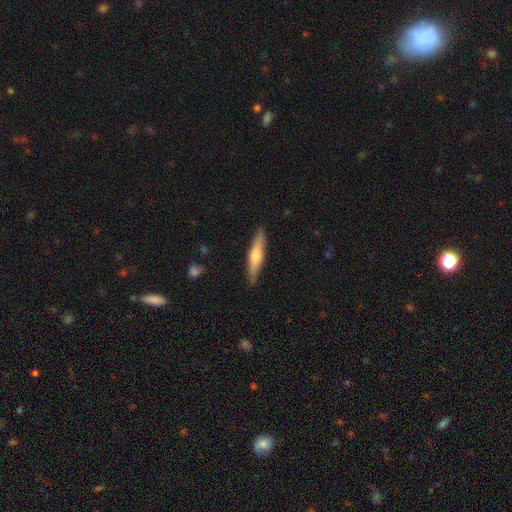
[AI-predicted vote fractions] The model was most divided on "smooth or featured": smooth: 51%, featured or disk: 43%, star or artifact: 5%. More confident: merging — none (87%); how rounded — cigar-shaped (87%).